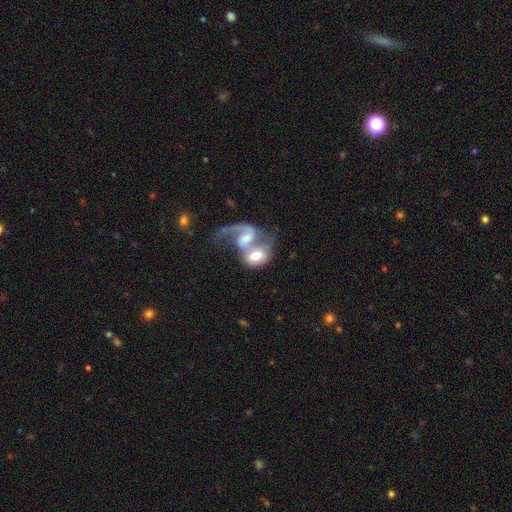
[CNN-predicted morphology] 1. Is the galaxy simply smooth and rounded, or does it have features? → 59% featured or disk, 34% smooth, 7% star or artifact.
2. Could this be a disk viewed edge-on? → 96% no, 4% yes.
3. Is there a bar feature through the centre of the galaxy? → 45% no, 38% weak, 16% strong.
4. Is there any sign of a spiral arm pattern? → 77% yes, 23% no.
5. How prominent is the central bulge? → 46% moderate, 24% small, 17% large, 10% none, 3% dominant.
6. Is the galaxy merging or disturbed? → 78% merger, 9% major disturbance, 8% none, 4% minor disturbance.